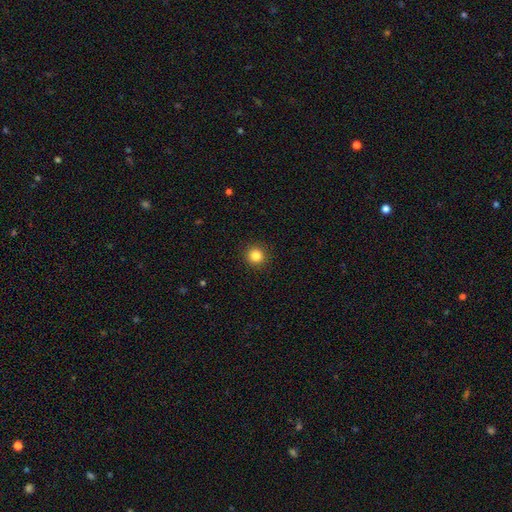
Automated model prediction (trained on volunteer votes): smooth_or_featured: smooth (p=0.84) [alt: star or artifact p=0.12]
how_rounded: round (p=0.94) [alt: in between p=0.05]
merging: none (p=0.92) [alt: minor disturbance p=0.05]